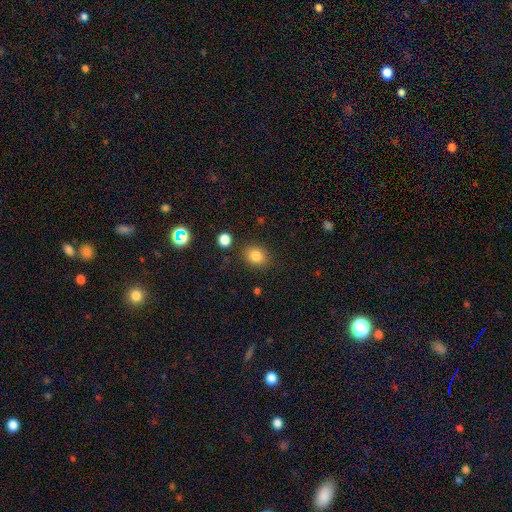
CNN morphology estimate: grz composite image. It shows a smooth galaxy with no disk features (83%) that is round (62%). Merging: none (85%).